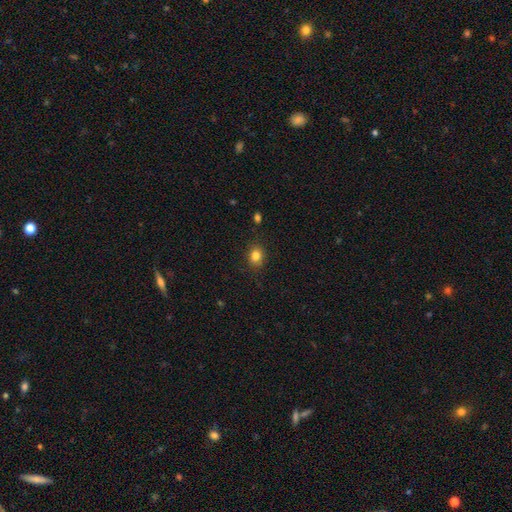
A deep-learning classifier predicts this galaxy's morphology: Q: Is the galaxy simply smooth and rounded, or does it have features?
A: smooth — 83%.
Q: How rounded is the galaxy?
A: round — 58%.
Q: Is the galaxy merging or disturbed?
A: none — 86%.